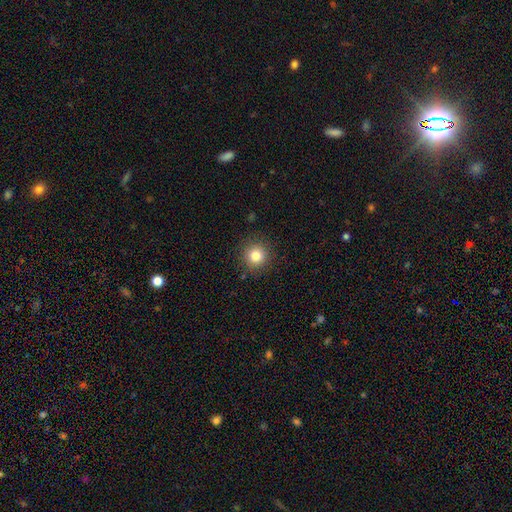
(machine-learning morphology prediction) This is clearly a smooth galaxy (82%). How rounded: clearly round (94%). Merging: clearly none (90%).